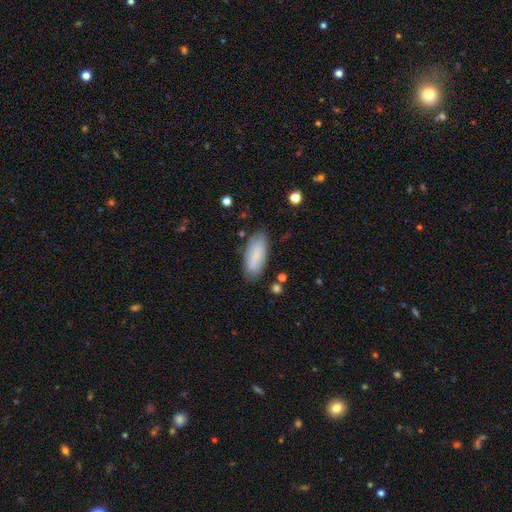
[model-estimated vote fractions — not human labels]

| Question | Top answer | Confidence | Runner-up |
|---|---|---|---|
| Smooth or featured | smooth | 84% | featured or disk (10%) |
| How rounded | in between | 81% | cigar-shaped (17%) |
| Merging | none | 81% | minor disturbance (14%) |